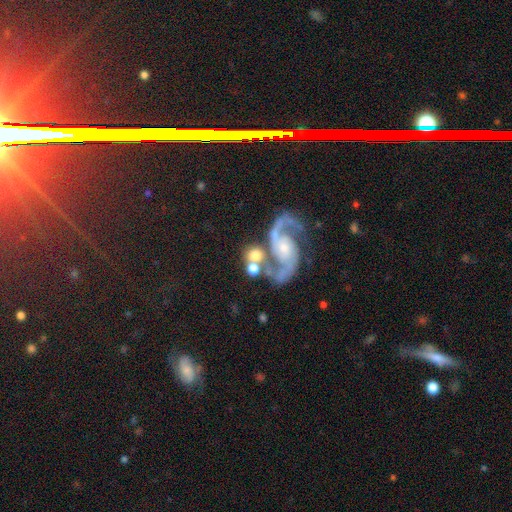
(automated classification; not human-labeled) This is clearly a featured or disk galaxy (88%). It is clearly not viewed edge-on (98%). Bar: possibly no (59%). Spiral arm pattern: clearly yes (97%). Spiral arm count: clearly 2 (94%). Spiral winding: possibly medium (52%). Central bulge: possibly small (49%). Merging: possibly none (58%).